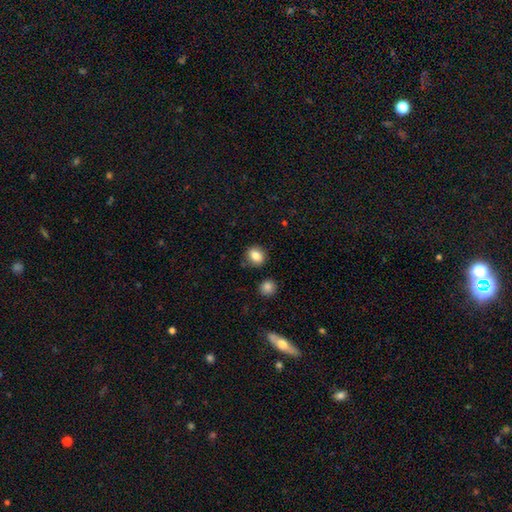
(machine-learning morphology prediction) smooth_or_featured: smooth (p=0.85) [alt: star or artifact p=0.09]
how_rounded: round (p=0.55) [alt: in between p=0.44]
merging: none (p=0.84) [alt: minor disturbance p=0.10]